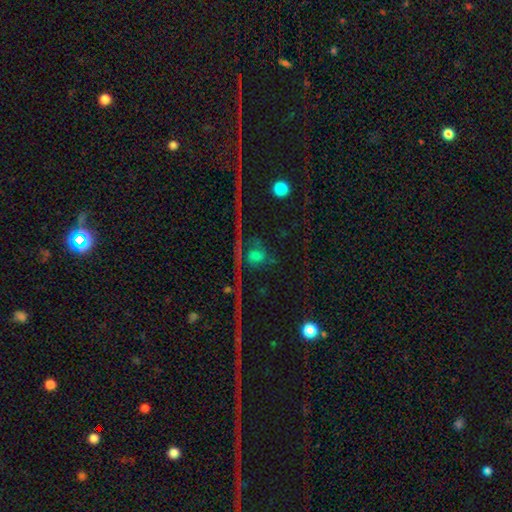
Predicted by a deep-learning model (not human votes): Smooth or featured?
  - star or artifact: 48% *
  - smooth: 28%
  - featured or disk: 24%